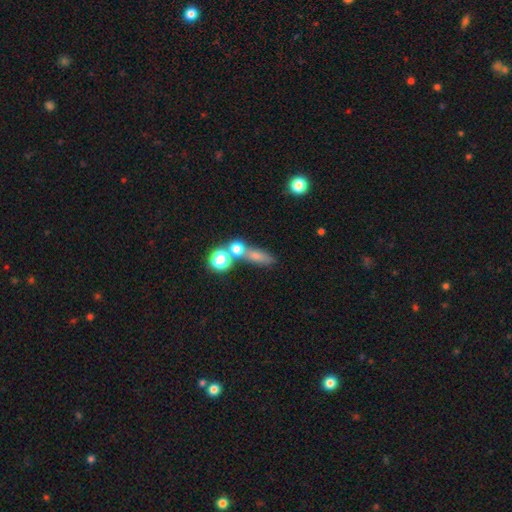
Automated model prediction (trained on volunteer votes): smooth 63%, star or artifact 19%, featured or disk 17%. Down the decision tree: how rounded — in between (36%); merging — none (50%).